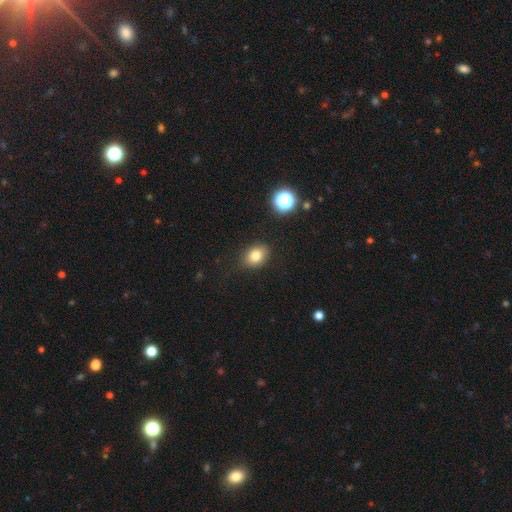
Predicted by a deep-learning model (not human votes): Smooth or featured: smooth — 81% (star or artifact — 12%)
How rounded: in between — 63% (round — 36%)
Merging: none — 84% (minor disturbance — 11%)